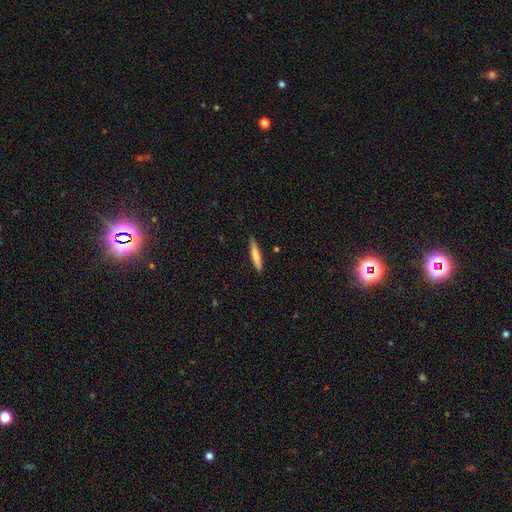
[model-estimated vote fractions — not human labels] A smooth galaxy with no disk features (74%) that is cigar-shaped (91%). Merging: none (88%).